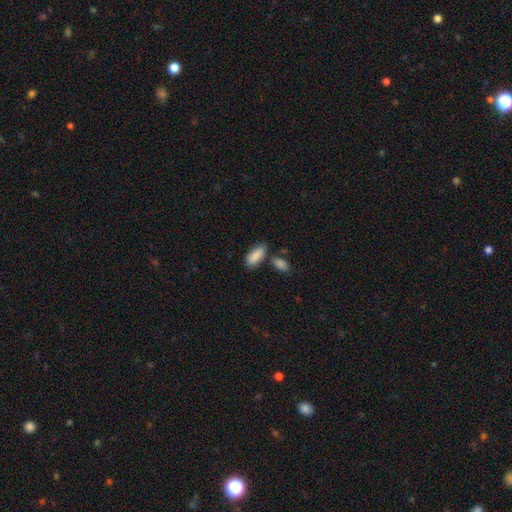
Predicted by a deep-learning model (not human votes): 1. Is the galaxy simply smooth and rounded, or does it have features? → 88% smooth, 6% star or artifact, 6% featured or disk.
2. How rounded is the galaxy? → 84% in between, 13% cigar-shaped, 2% round.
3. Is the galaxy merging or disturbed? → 63% none, 18% minor disturbance, 15% merger, 5% major disturbance.